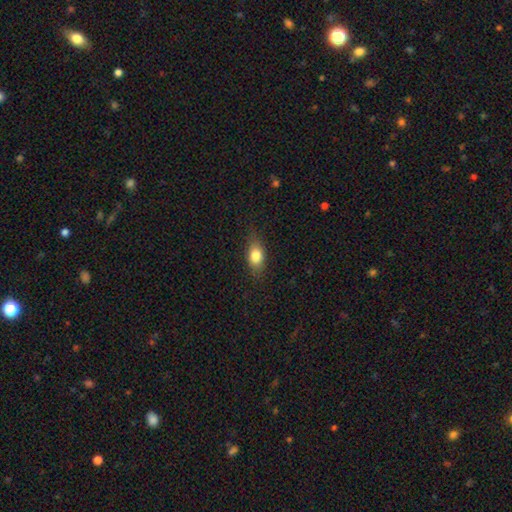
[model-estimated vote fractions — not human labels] Morphology: type=smooth (78%); roundness=in between (76%); merging=none (80%).